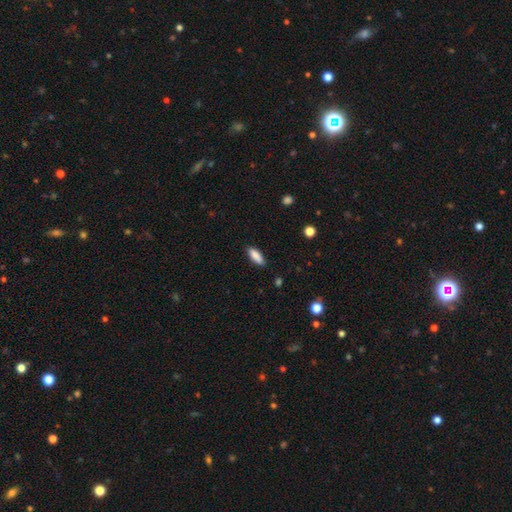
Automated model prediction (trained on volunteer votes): Overall: smooth (87%). How rounded: in between (65%; cigar-shaped 34%). Merging: none (86%).